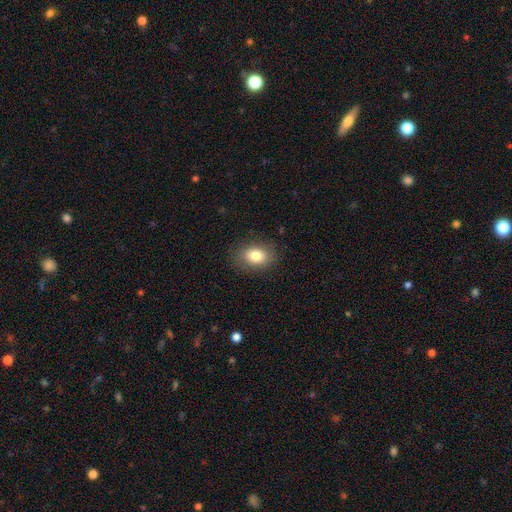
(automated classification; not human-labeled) A smooth galaxy with no disk features (80%) that is in between round and cigar-shaped (71%). Merging: none (84%).